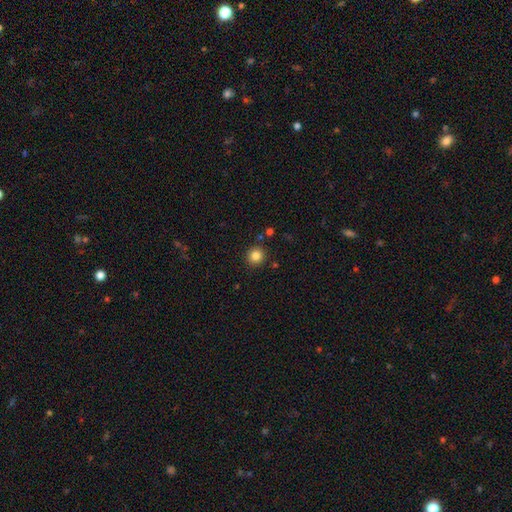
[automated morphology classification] A smooth galaxy with no disk features (84%) that is round (92%).

Vote fractions:
- Smooth or featured? smooth: 84% / star or artifact: 11% / featured or disk: 4%
- How rounded? round: 92% / in between: 7% / cigar-shaped: 1%
- Merging? none: 89% / minor disturbance: 6% / merger: 3% / major disturbance: 2%